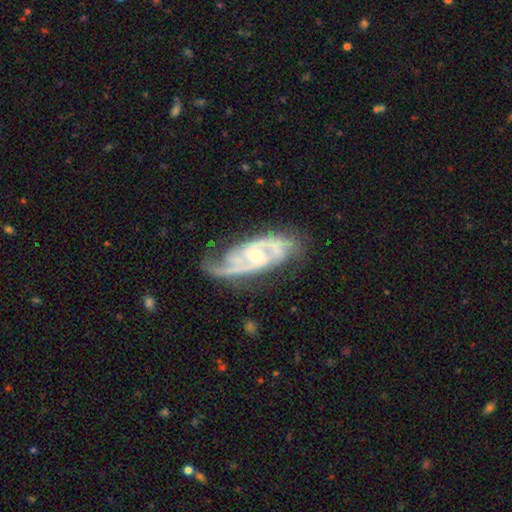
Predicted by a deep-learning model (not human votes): A featured or disk galaxy (92%) with no bar (52%), 2 (57%) medium (47%) spiral arms (98%) and a small central bulge (53%).

Vote fractions:
- Smooth or featured? featured or disk: 92% / star or artifact: 4% / smooth: 4%
- Edge-on disk? no: 95% / yes: 5%
- Bar? no: 52% / weak: 36% / strong: 12%
- Spiral arms? yes: 98% / no: 2%
- Spiral winding? medium: 47% / tight: 43% / loose: 10%
- Spiral arm count? 2: 57% / 3: 24% / can't tell: 8% / 4: 4% / 1: 4% / more than 4: 3%
- Bulge size? small: 53% / moderate: 44% / large: 2% / none: 1% / dominant: 1%
- Merging? none: 68% / minor disturbance: 21% / major disturbance: 9% / merger: 2%